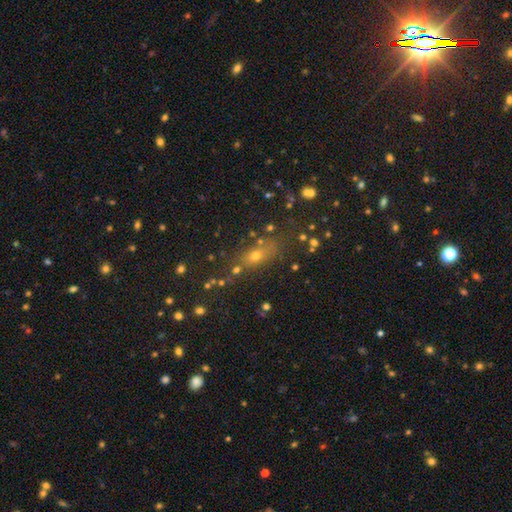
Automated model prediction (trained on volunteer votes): A star or artifact, not a galaxy (43%).